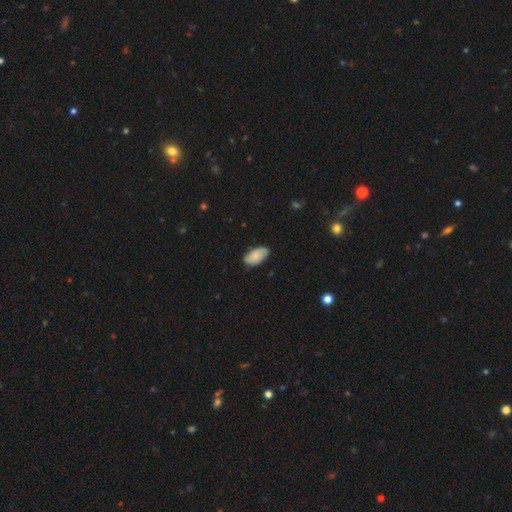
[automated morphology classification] type=smooth (77%); roundness=in between (95%); merging=none (78%).